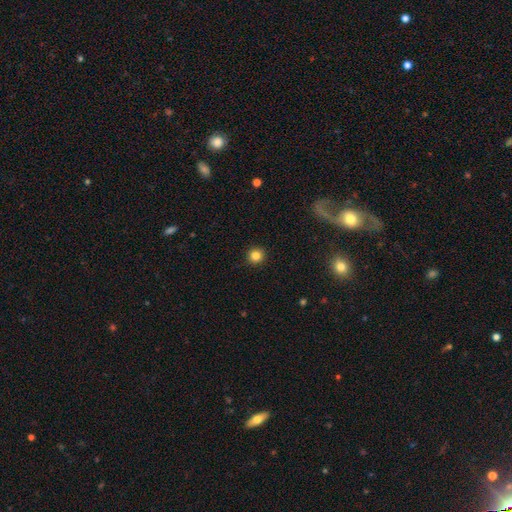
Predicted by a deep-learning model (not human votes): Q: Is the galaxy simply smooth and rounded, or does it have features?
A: smooth — 83%.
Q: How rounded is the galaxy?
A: round — 94%.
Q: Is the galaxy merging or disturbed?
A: none — 92%.